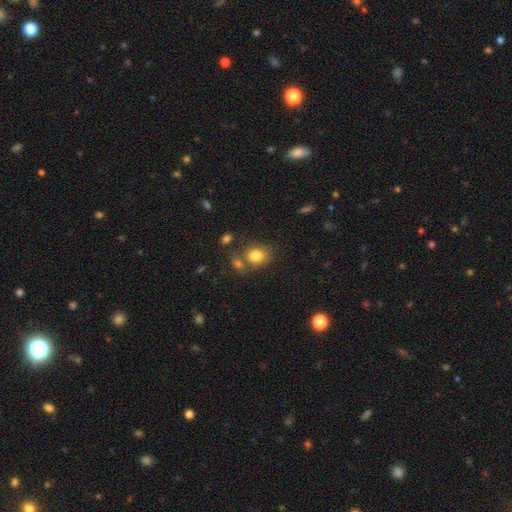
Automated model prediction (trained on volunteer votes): Smooth or featured? smooth (82%)
How rounded? round (57%)
Merging? none (62%)